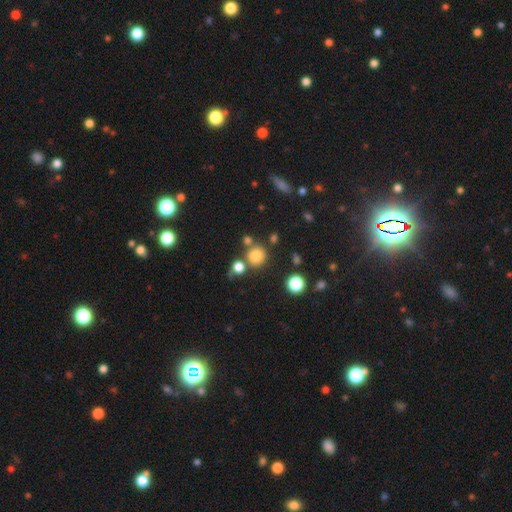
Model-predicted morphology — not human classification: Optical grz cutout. It shows a smooth galaxy with no disk features (80%) that is round (91%). Merging: none (74%).